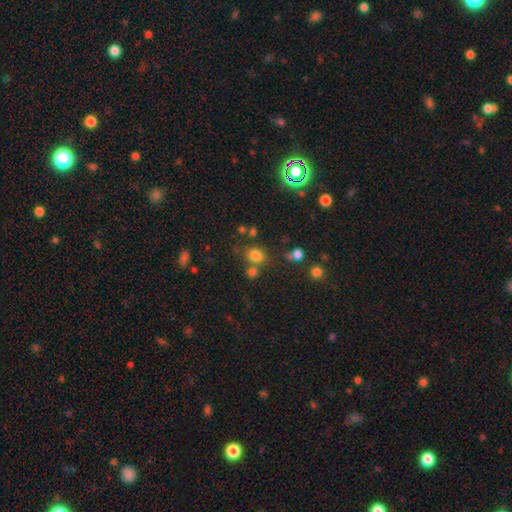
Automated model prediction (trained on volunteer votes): A smooth galaxy with no disk features (77%) that is round (68%). Merging: none (68%).